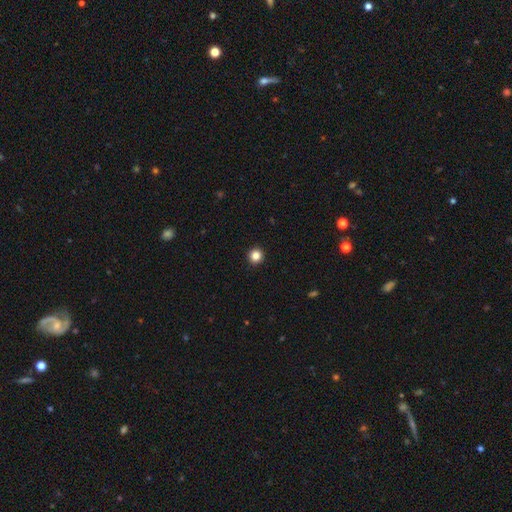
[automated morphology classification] Overall: smooth (85%). How rounded: round (94%). Merging: none (94%).